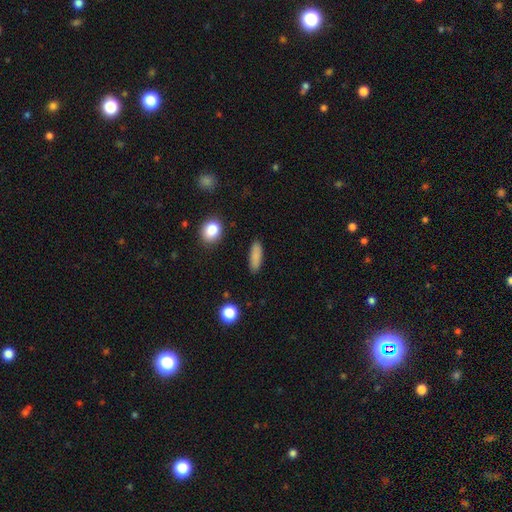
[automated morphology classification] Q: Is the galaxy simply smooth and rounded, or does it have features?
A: smooth — 86%.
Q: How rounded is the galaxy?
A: in between — 53%.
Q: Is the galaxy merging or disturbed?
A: none — 89%.